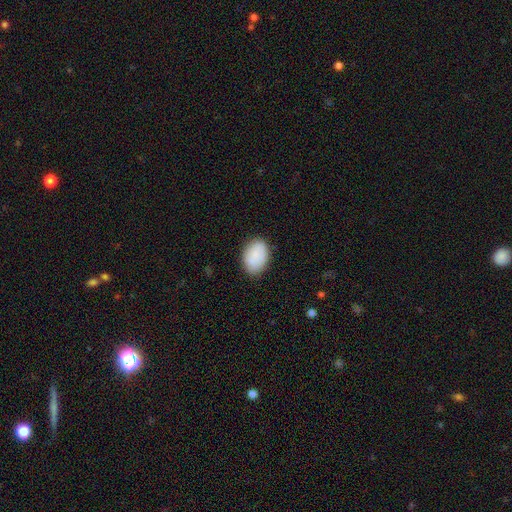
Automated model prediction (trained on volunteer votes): Overall: smooth (81%). How rounded: in between (84%). Merging: none (81%).